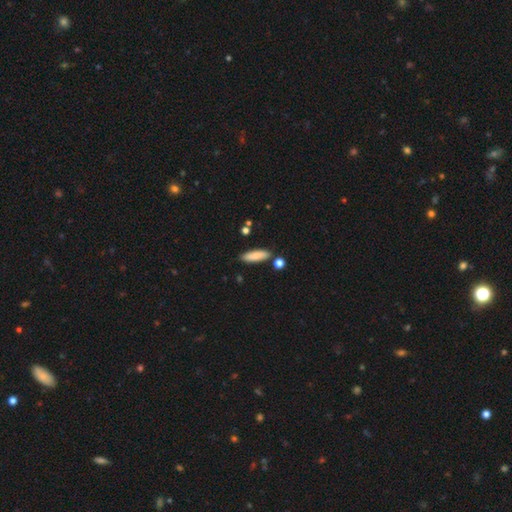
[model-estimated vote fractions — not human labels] Smooth or featured?
  - smooth: 82% *
  - featured or disk: 11%
  - star or artifact: 7%
How rounded?
  - cigar-shaped: 53% *
  - in between: 44%
  - round: 2%
Merging?
  - none: 82% *
  - minor disturbance: 11%
  - merger: 5%
  - major disturbance: 2%